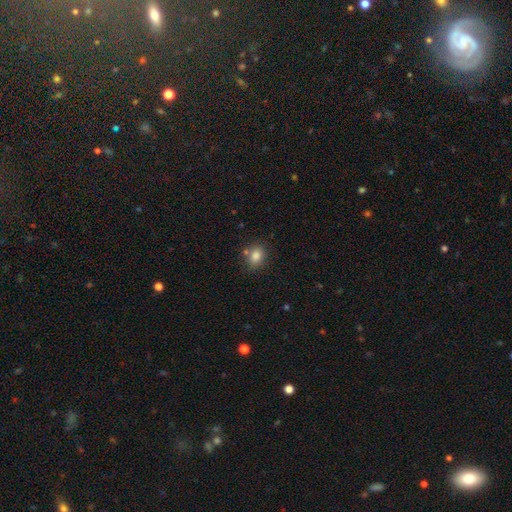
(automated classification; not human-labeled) Smooth or featured?
  - smooth: 83% *
  - star or artifact: 11%
  - featured or disk: 6%
How rounded?
  - in between: 51% *
  - round: 48%
  - cigar-shaped: 1%
Merging?
  - none: 75% *
  - minor disturbance: 13%
  - merger: 9%
  - major disturbance: 4%